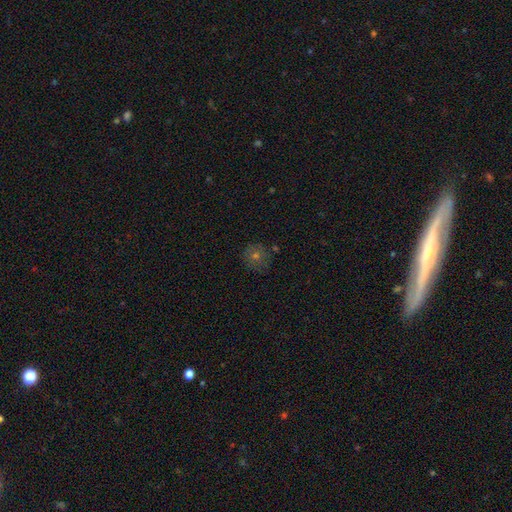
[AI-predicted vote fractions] smooth-or-featured: smooth: 54% | star or artifact: 23% | featured or disk: 22%
  how-rounded: round: 93% | in between: 6% | cigar-shaped: 1%
  merging: none: 83% | minor disturbance: 11% | major disturbance: 3% | merger: 2%